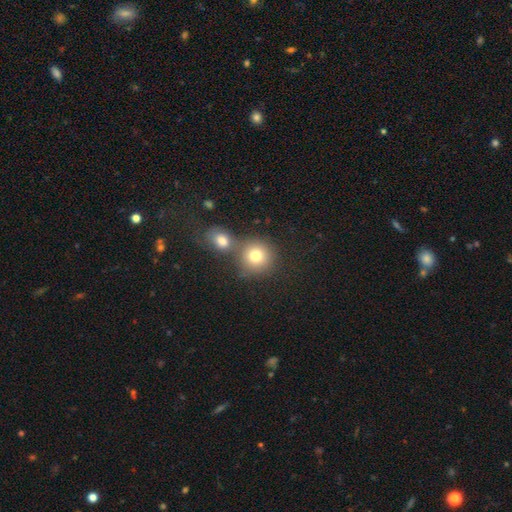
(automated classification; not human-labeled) smooth 77%, star or artifact 12%, featured or disk 11%. Down the decision tree: how rounded — round (89%); merging — none (54%).